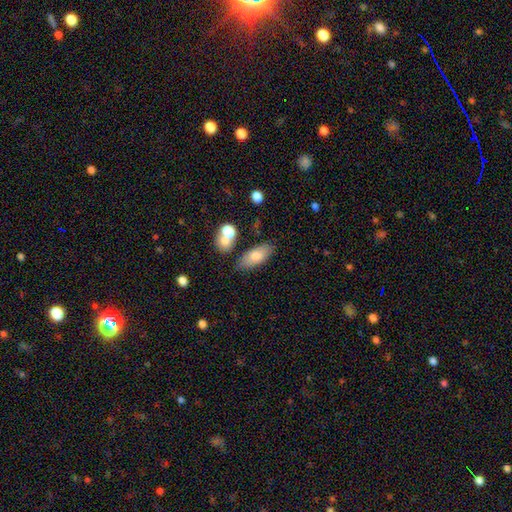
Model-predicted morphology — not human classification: Overall: smooth (76%). How rounded: in between (79%). Merging: none (71%).